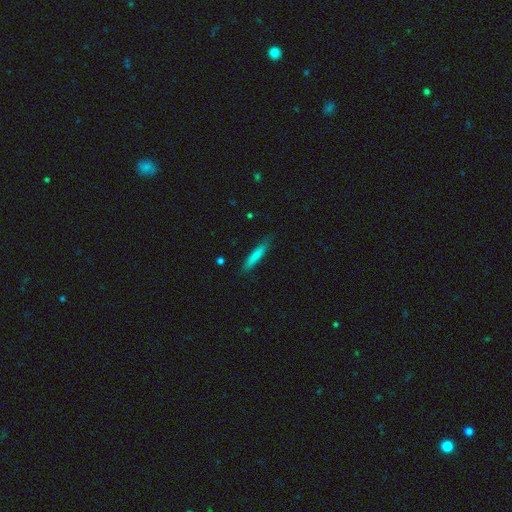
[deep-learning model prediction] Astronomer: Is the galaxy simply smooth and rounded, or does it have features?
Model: smooth — 77%.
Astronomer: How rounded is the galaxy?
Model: cigar-shaped — 90%.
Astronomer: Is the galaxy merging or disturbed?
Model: none — 82%.